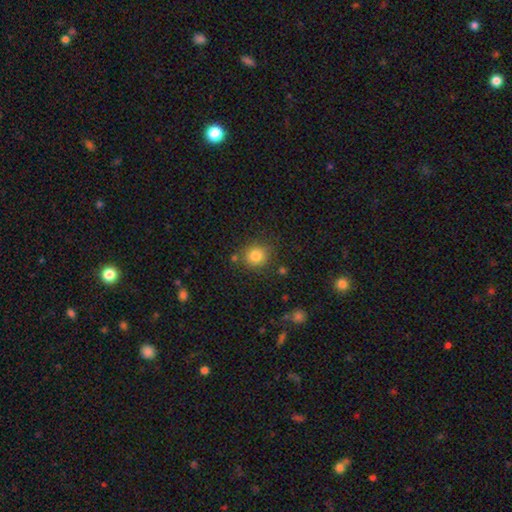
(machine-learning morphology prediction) smooth-or-featured: smooth: 83% | star or artifact: 11% | featured or disk: 6%
  how-rounded: round: 85% | in between: 14% | cigar-shaped: 1%
  merging: none: 79% | minor disturbance: 12% | merger: 5% | major disturbance: 4%